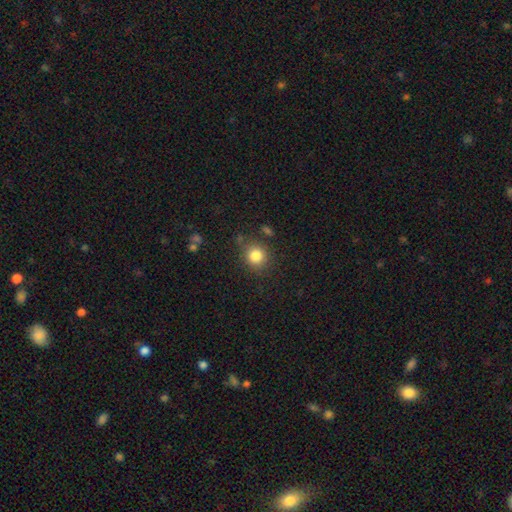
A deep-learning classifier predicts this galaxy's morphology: Smooth or featured? smooth (83%)
How rounded? round (84%)
Merging? none (80%)